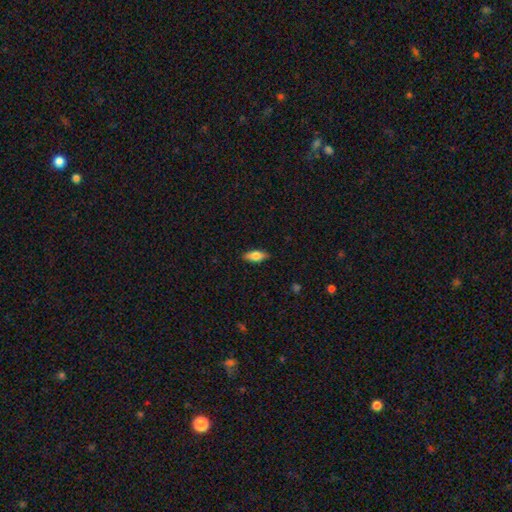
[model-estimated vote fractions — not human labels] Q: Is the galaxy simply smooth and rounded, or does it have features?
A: smooth — 73%.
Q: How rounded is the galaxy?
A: in between — 76%.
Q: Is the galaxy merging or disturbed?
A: none — 87%.